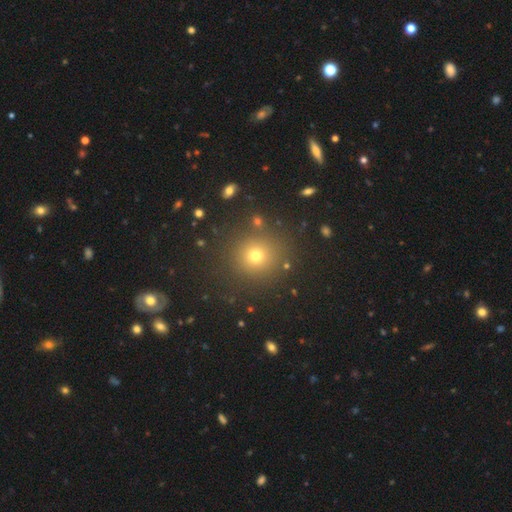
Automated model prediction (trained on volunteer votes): Morphology: type=smooth (70%); roundness=round (93%); merging=none (87%).